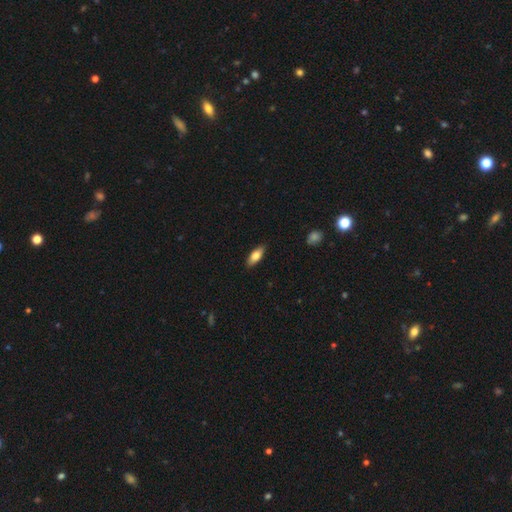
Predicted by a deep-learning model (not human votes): Morphology: type=smooth (78%); roundness=in between (78%); merging=none (88%).